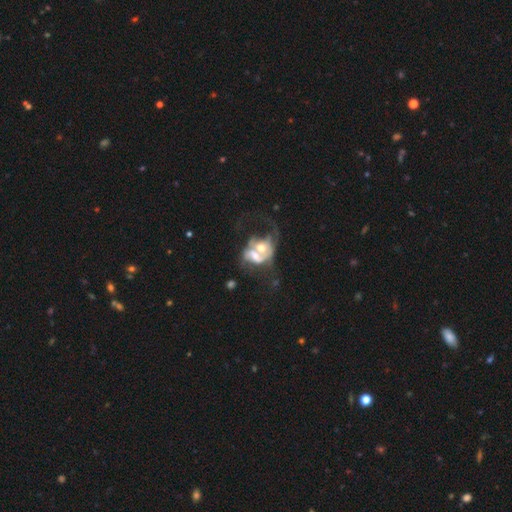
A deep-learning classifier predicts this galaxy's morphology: This appears to be a featured or disk galaxy (65%) with no bar (72%), no spiral arms (54%) and a moderate central bulge (61%). Merging: merger (64%).